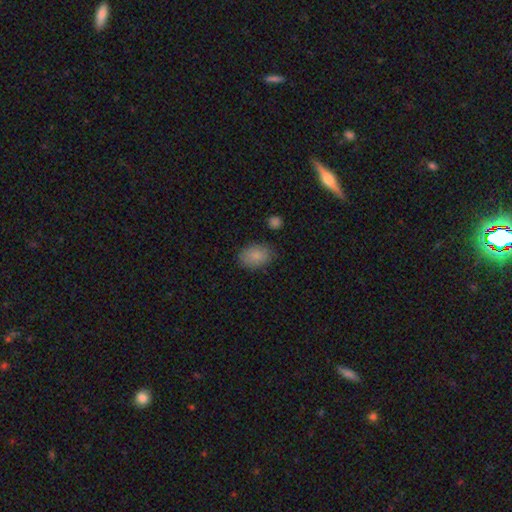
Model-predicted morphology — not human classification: Smooth or featured? Predicted: smooth (p=0.85). How rounded? Predicted: in between (p=0.82). Merging? Predicted: none (p=0.80).